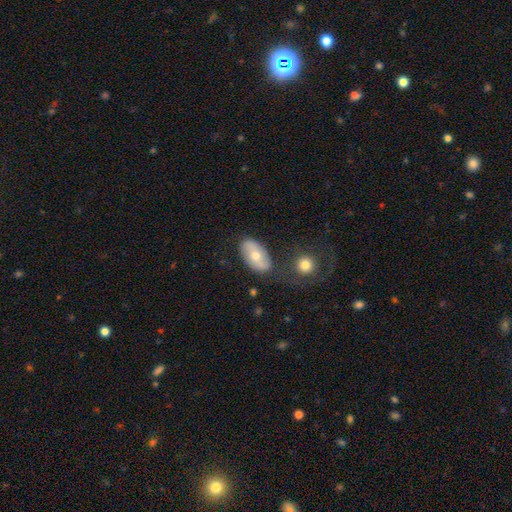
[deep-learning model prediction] Q: Smooth or featured?
A: smooth (57%); runner-up: featured or disk (37%)
Q: How rounded?
A: in between (92%); runner-up: round (6%)
Q: Merging?
A: none (71%); runner-up: minor disturbance (16%)